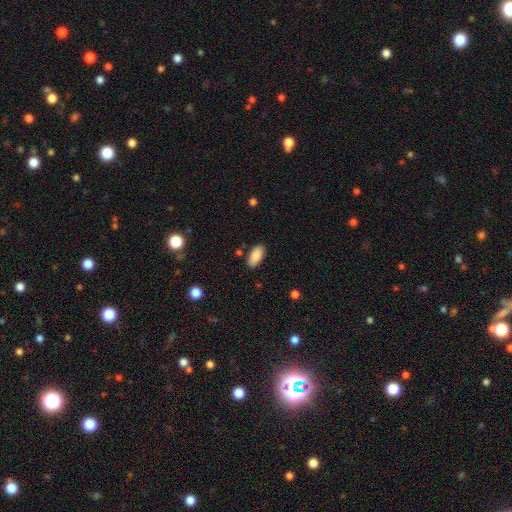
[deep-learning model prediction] Q: Smooth or featured?
A: smooth (87%); runner-up: star or artifact (7%)
Q: How rounded?
A: in between (91%); runner-up: cigar-shaped (7%)
Q: Merging?
A: none (85%); runner-up: minor disturbance (10%)